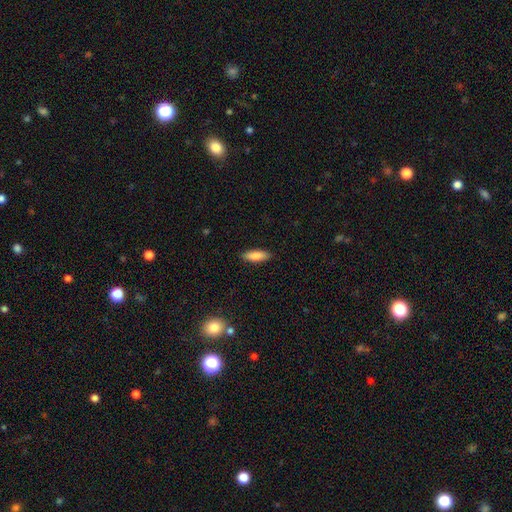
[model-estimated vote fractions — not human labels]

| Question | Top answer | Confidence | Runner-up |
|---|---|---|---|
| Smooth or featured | smooth | 85% | featured or disk (9%) |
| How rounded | in between | 57% | cigar-shaped (41%) |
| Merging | none | 89% | minor disturbance (8%) |